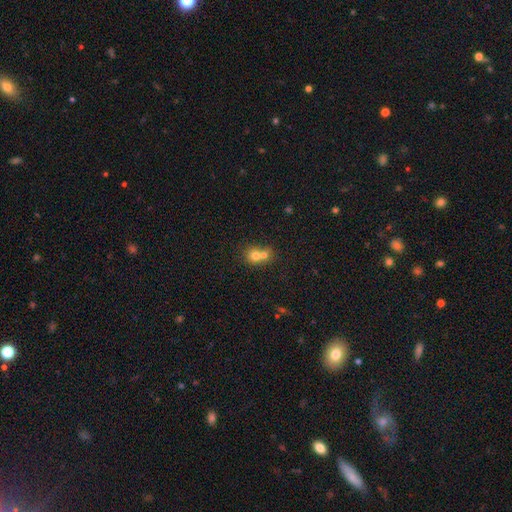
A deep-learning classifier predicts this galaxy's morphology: Smooth or featured? Predicted: smooth (p=0.71). How rounded? Predicted: round (p=0.77). Merging? Predicted: merger (p=0.63).